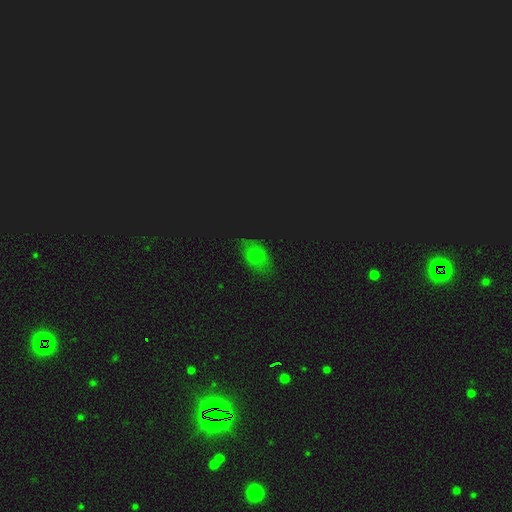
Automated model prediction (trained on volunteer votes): Overall: smooth (60%; star or artifact 25%). How rounded: in between (86%). Merging: none (69%).